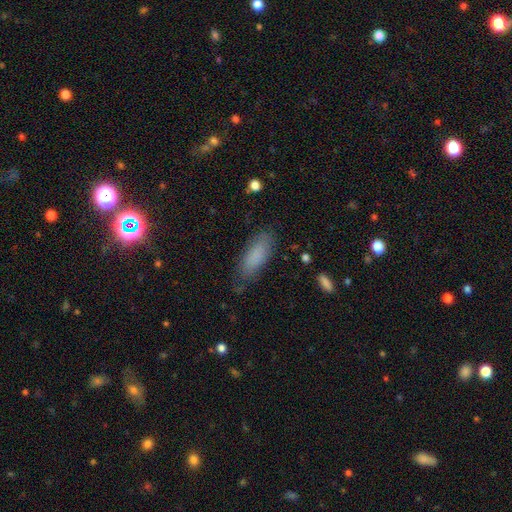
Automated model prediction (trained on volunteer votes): smooth_or_featured: smooth (p=0.83) [alt: featured or disk p=0.09]
how_rounded: in between (p=0.67) [alt: cigar-shaped p=0.31]
merging: none (p=0.74) [alt: minor disturbance p=0.19]